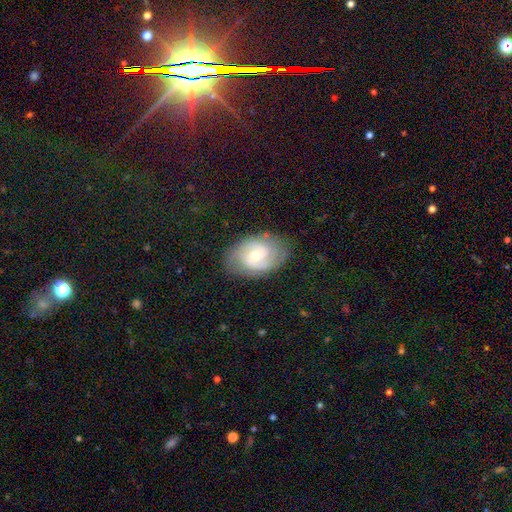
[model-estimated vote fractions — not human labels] Smooth or featured? Predicted: featured or disk (p=0.80). Edge-on disk? Predicted: no (p=0.97). Bar? Predicted: no (p=0.54). Spiral arms? Predicted: yes (p=0.95). Spiral winding? Predicted: tight (p=0.49). Spiral arm count? Predicted: 2 (p=0.63). Bulge size? Predicted: moderate (p=0.51). Merging? Predicted: none (p=0.80).